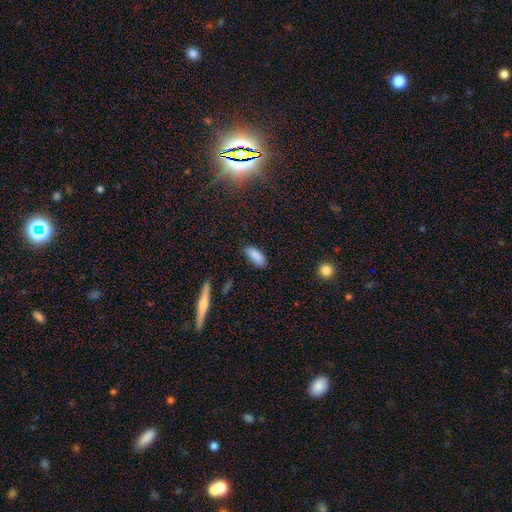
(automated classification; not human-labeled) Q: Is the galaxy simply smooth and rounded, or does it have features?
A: smooth — 87%.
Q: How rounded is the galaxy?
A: in between — 81%.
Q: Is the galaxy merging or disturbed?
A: none — 81%.